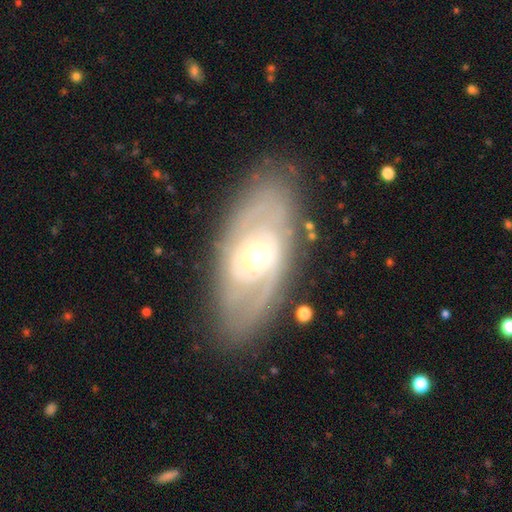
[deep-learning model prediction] Smooth or featured? featured or disk (82%)
Edge-on disk? no (92%)
Bar? no (61%)
Spiral arms? yes (85%)
Spiral winding? tight (61%)
Spiral arm count? 2 (48%)
Bulge size? small (48%)
Merging? none (81%)